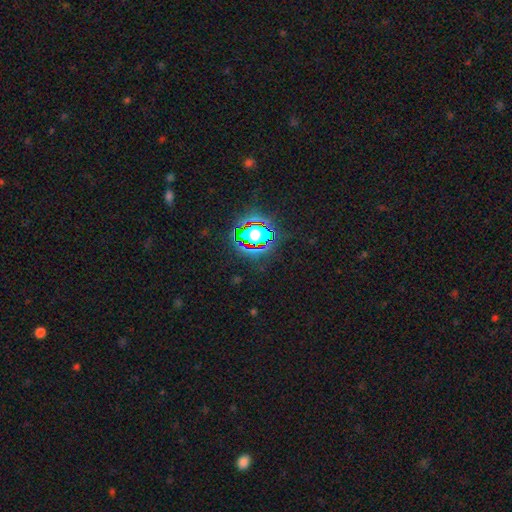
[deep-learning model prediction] Smooth or featured? star or artifact (80%)